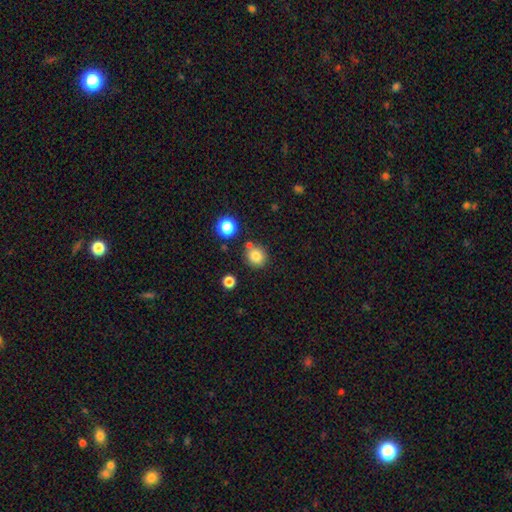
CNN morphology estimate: type=smooth (82%); roundness=round (87%); merging=none (75%).